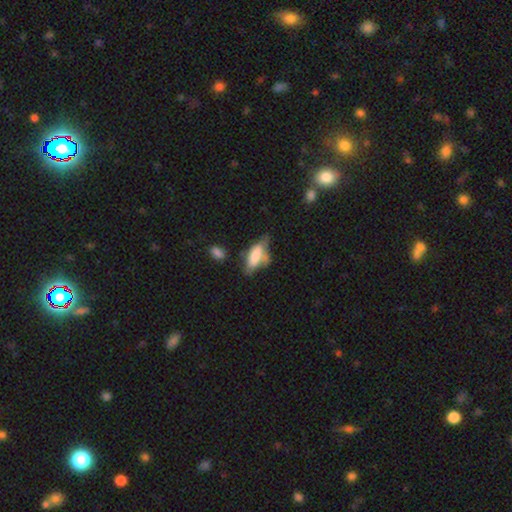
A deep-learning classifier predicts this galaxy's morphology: Q: Smooth or featured?
A: smooth (69%); runner-up: featured or disk (23%)
Q: How rounded?
A: in between (78%); runner-up: cigar-shaped (20%)
Q: Merging?
A: none (31%); tied with: minor disturbance (31%)